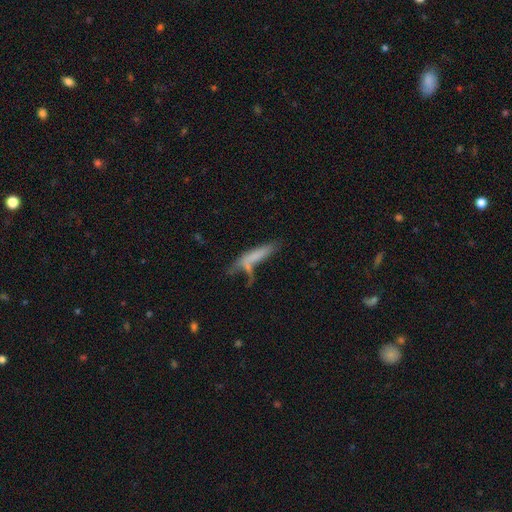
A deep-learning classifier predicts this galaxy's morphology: Smooth or featured? Predicted: smooth (p=0.65). How rounded? Predicted: cigar-shaped (p=0.77). Merging? Predicted: none (p=0.35).